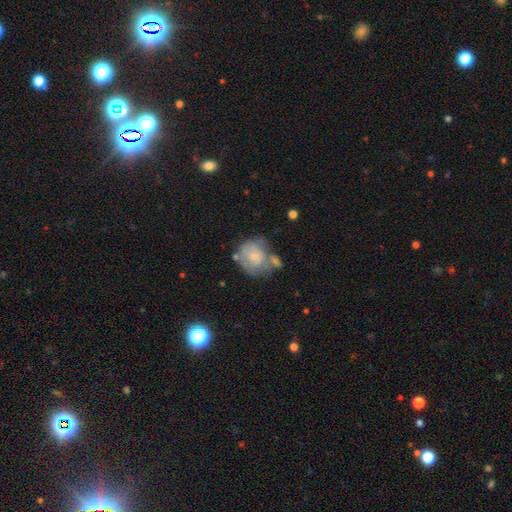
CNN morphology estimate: This appears to be a smooth galaxy with no disk features (56%) that is round (70%). Merging: none (36%).